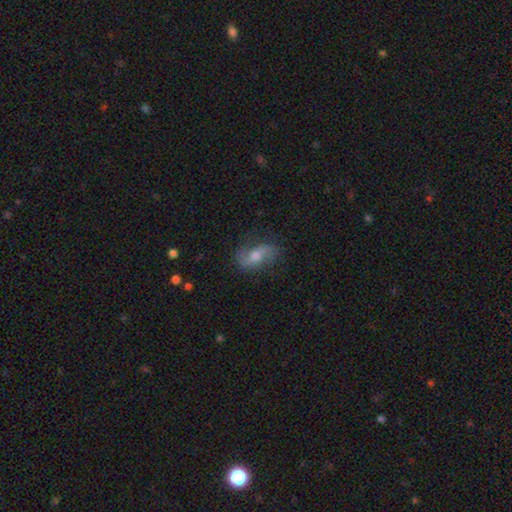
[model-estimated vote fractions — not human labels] A featured or disk galaxy (66%) with no bar (51%), 2 (87%) loose (61%) spiral arms (89%) and a moderate central bulge (64%).

Vote fractions:
- Smooth or featured? featured or disk: 66% / smooth: 25% / star or artifact: 9%
- Edge-on disk? no: 93% / yes: 7%
- Bar? no: 51% / weak: 36% / strong: 13%
- Spiral arms? yes: 89% / no: 11%
- Spiral winding? loose: 61% / medium: 29% / tight: 10%
- Spiral arm count? 2: 87% / can't tell: 6% / 1: 4% / 3: 1% / 4: 1% / more than 4: 1%
- Bulge size? moderate: 64% / small: 22% / large: 10% / none: 3% / dominant: 1%
- Merging? none: 72% / minor disturbance: 19% / major disturbance: 8% / merger: 2%